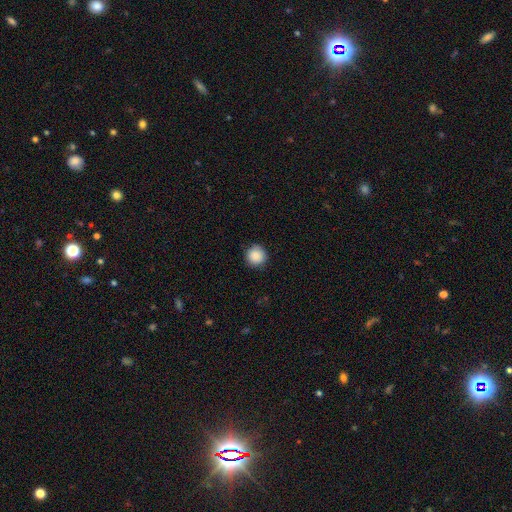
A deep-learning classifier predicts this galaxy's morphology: smooth-or-featured: smooth: 88% | star or artifact: 8% | featured or disk: 3%
  how-rounded: round: 95% | in between: 4% | cigar-shaped: 1%
  merging: none: 89% | minor disturbance: 8% | major disturbance: 2% | merger: 1%